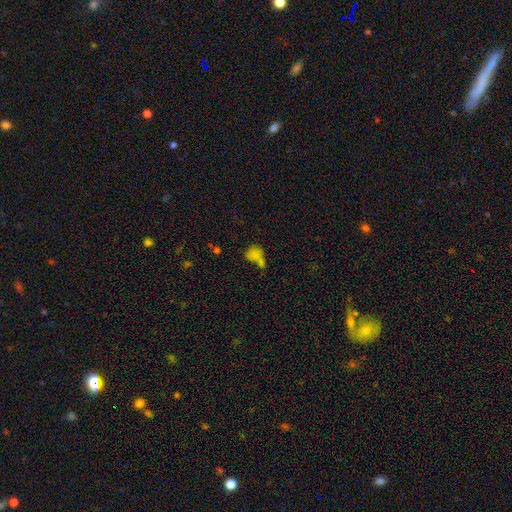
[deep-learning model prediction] A smooth galaxy with no disk features (75%) that is round (54%). Merging: merger (47%).